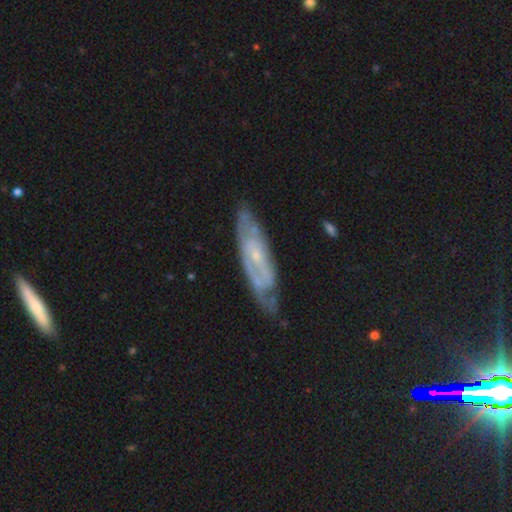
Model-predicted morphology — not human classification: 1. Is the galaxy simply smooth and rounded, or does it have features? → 76% featured or disk, 17% smooth, 7% star or artifact.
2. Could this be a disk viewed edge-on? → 79% no, 21% yes.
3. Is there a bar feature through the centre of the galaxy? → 61% no, 31% weak, 8% strong.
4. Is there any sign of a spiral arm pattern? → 79% yes, 21% no.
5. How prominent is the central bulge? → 74% small, 21% moderate, 3% none, 1% large, 1% dominant.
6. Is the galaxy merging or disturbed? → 65% none, 24% minor disturbance, 9% major disturbance, 2% merger.